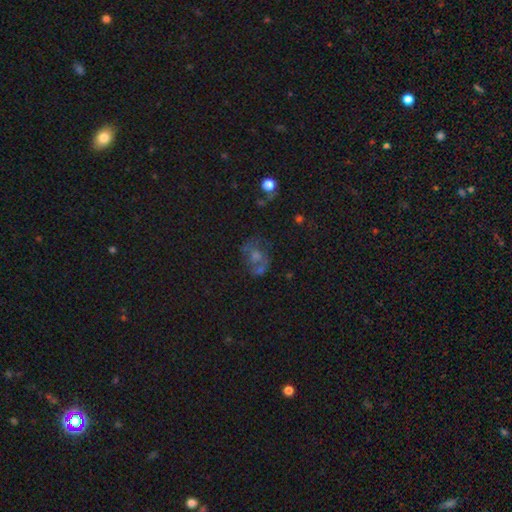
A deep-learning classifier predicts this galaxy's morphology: This appears to be a featured or disk galaxy (41%). Merging: none (47%).